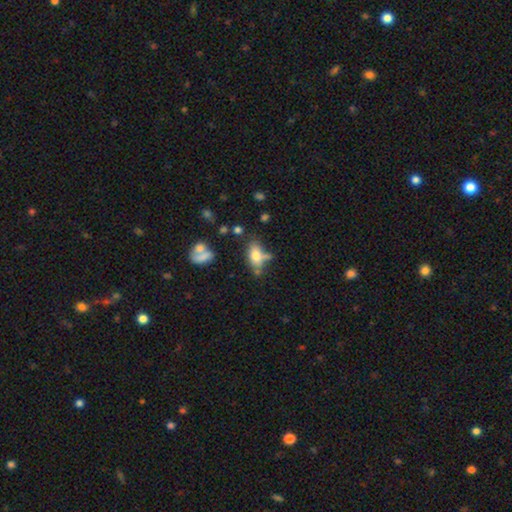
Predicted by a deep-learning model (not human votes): A smooth galaxy with no disk features (73%) that is in between round and cigar-shaped (86%).

Vote fractions:
- Smooth or featured? smooth: 73% / featured or disk: 17% / star or artifact: 9%
- How rounded? in between: 86% / cigar-shaped: 7% / round: 7%
- Merging? none: 51% / minor disturbance: 21% / merger: 18% / major disturbance: 10%